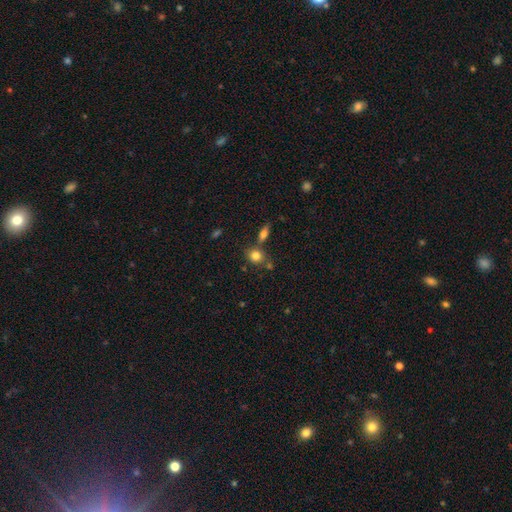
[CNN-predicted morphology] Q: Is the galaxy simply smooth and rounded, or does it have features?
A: smooth — 80%.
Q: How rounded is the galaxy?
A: round — 68%.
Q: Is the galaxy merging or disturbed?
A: none — 63%.